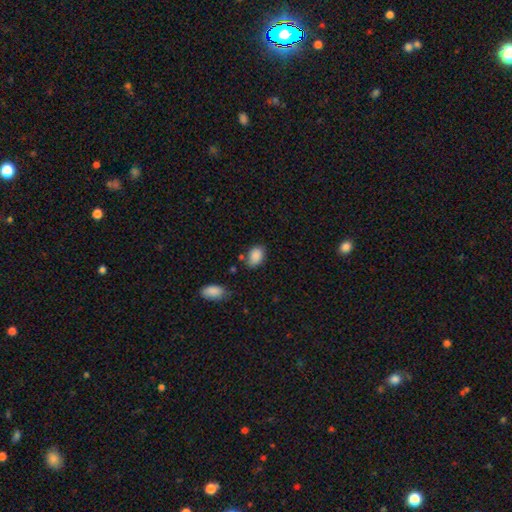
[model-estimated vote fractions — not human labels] Smooth or featured? smooth (87%)
How rounded? in between (81%)
Merging? none (67%)